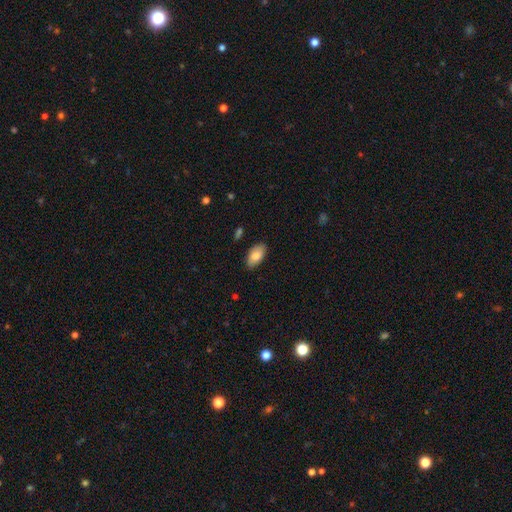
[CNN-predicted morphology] The model was most divided on "smooth or featured": smooth: 80%, featured or disk: 13%, star or artifact: 6%. More confident: how rounded — in between (95%); merging — none (85%).